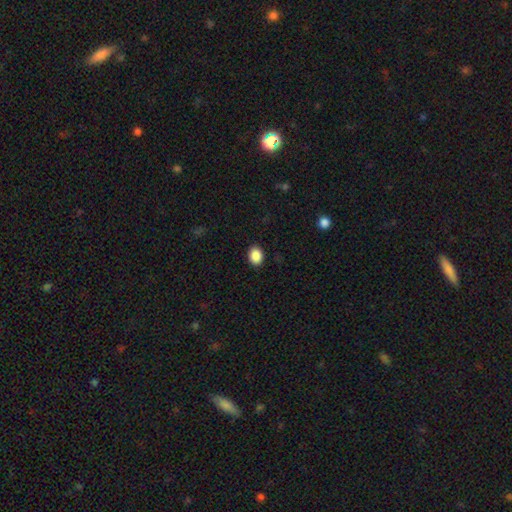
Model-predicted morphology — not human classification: smooth-or-featured: smooth: 89% | star or artifact: 8% | featured or disk: 3%
  how-rounded: in between: 60% | round: 39% | cigar-shaped: 1%
  merging: none: 90% | minor disturbance: 7% | major disturbance: 2% | merger: 1%